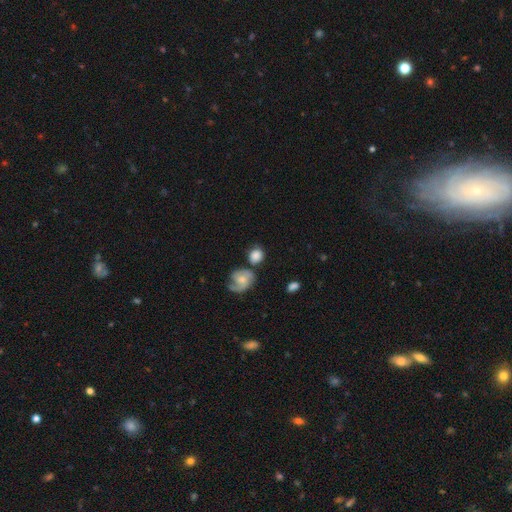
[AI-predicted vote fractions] Q: Smooth or featured?
A: smooth (75%); runner-up: featured or disk (17%)
Q: How rounded?
A: round (79%); runner-up: in between (20%)
Q: Merging?
A: none (59%); runner-up: minor disturbance (17%)